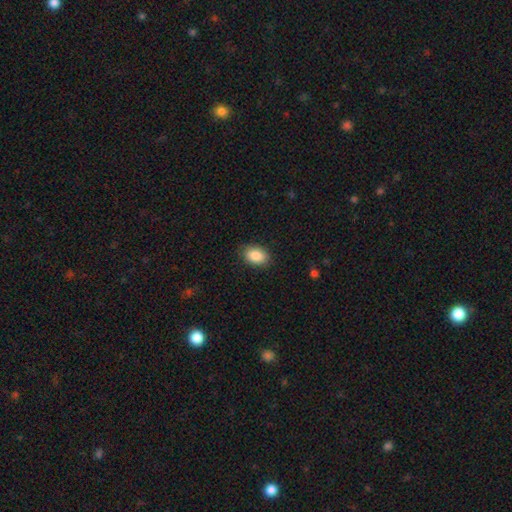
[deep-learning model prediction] This appears to be a smooth galaxy with no disk features (88%) that is in between round and cigar-shaped (87%). Merging: none (86%).